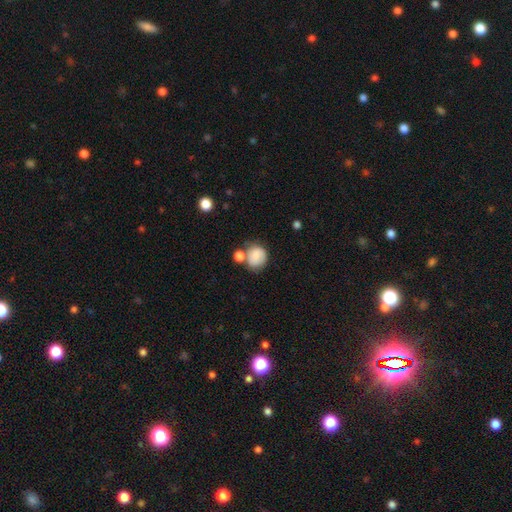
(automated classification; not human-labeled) Smooth or featured? Predicted: smooth (p=0.80). How rounded? Predicted: round (p=0.80). Merging? Predicted: none (p=0.50).